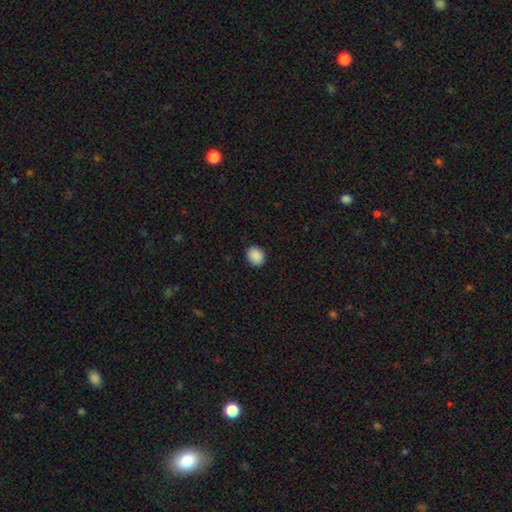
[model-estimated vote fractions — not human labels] smooth-or-featured: smooth: 90% | star or artifact: 8% | featured or disk: 2%
  how-rounded: round: 56% | in between: 44% | cigar-shaped: 1%
  merging: none: 89% | minor disturbance: 8% | major disturbance: 2% | merger: 1%